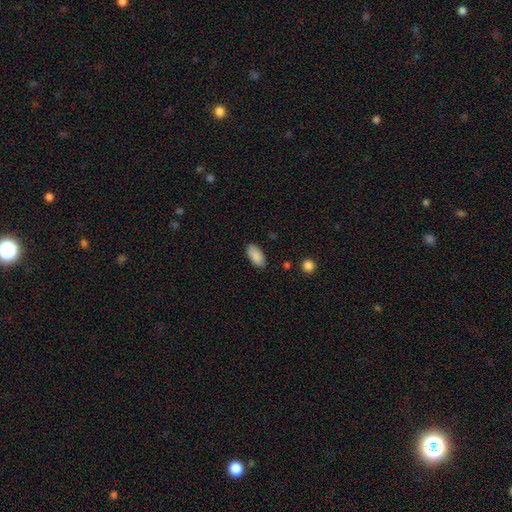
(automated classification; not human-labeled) Morphology: type=smooth (89%); roundness=in between (92%); merging=none (85%).